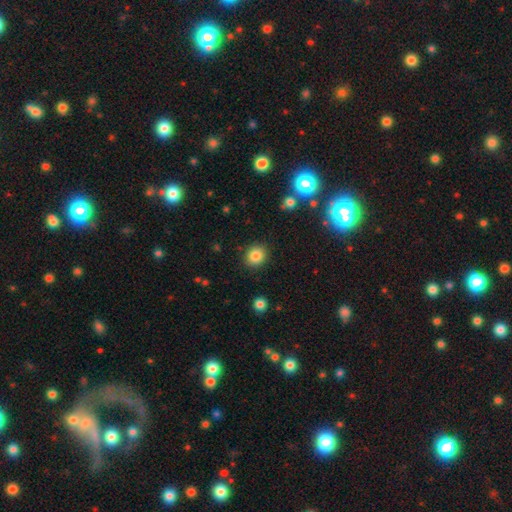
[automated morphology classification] smooth 84%, star or artifact 10%, featured or disk 5%. Down the decision tree: how rounded — round (79%); merging — none (90%).